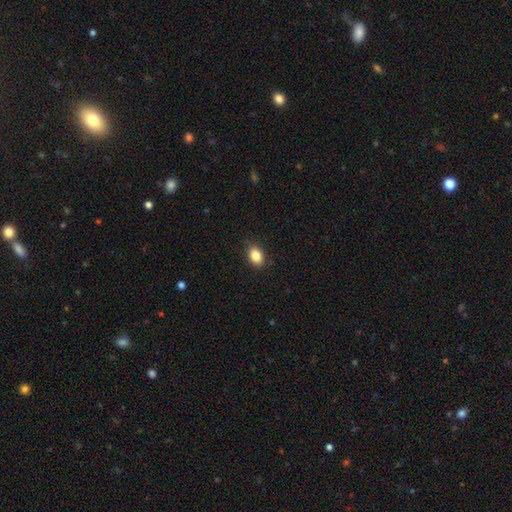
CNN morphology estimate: Q: Smooth or featured?
A: smooth (86%); runner-up: star or artifact (9%)
Q: How rounded?
A: in between (79%); runner-up: round (20%)
Q: Merging?
A: none (87%); runner-up: minor disturbance (9%)